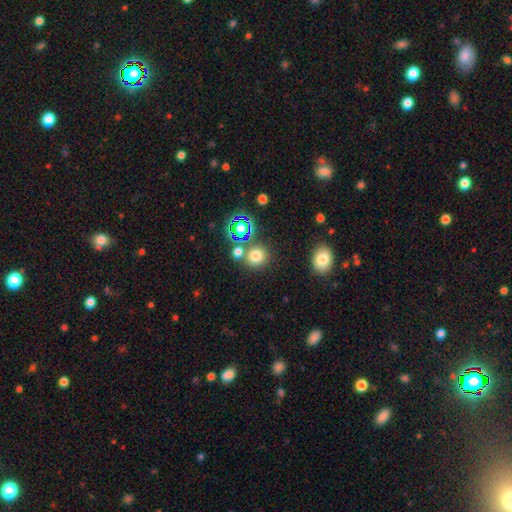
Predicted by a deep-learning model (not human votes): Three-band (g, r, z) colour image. It shows a smooth galaxy with no disk features (73%) that is round (87%). Merging: none (72%).